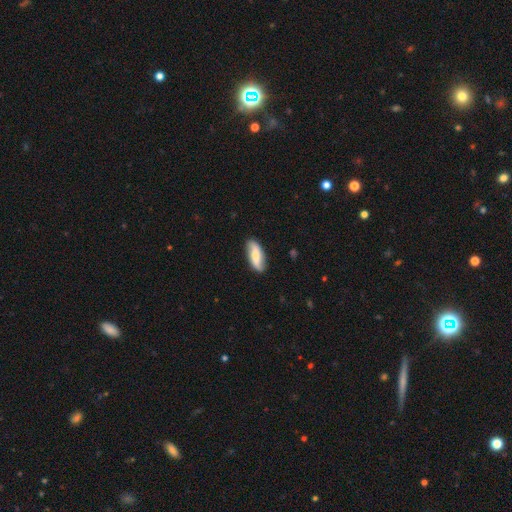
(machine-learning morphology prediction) Overall: featured or disk (49%; smooth 44%). Merging: none (84%).